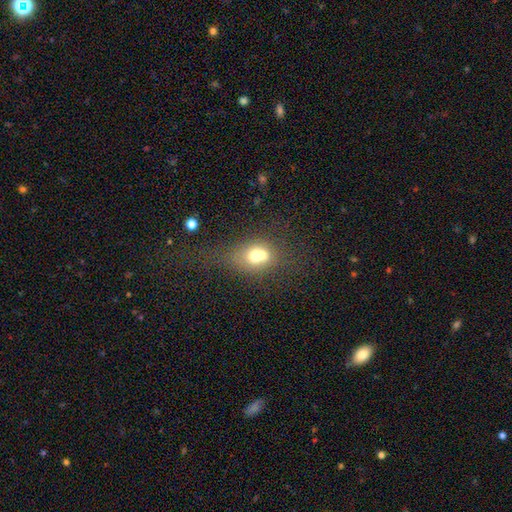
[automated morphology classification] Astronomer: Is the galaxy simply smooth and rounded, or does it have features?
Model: smooth — 62%.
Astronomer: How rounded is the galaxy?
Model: in between — 52% (runner-up: round, 46%).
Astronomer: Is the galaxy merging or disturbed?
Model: merger — 55%.